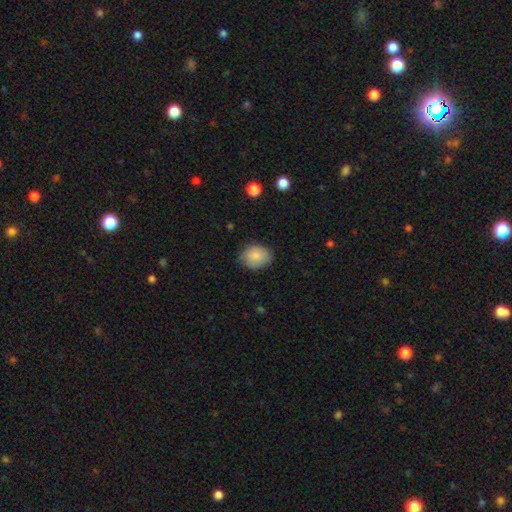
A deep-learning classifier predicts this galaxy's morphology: A smooth galaxy with no disk features (85%) that is in between round and cigar-shaped (55%).

Vote fractions:
- Smooth or featured? smooth: 85% / featured or disk: 8% / star or artifact: 7%
- How rounded? in between: 55% / round: 44% / cigar-shaped: 1%
- Merging? none: 79% / minor disturbance: 17% / major disturbance: 3% / merger: 1%